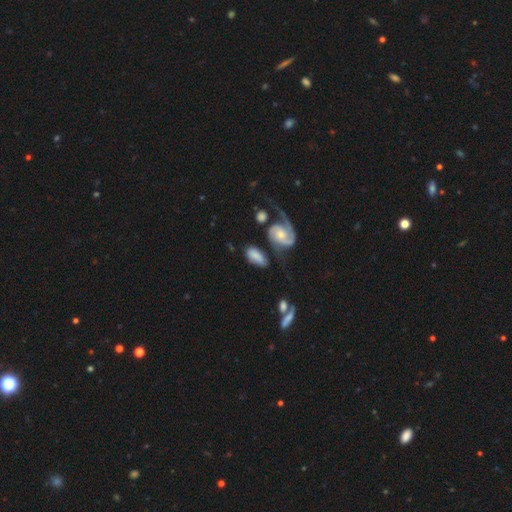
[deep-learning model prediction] Smooth or featured? smooth (55%)
How rounded? in between (88%)
Merging? none (46%)